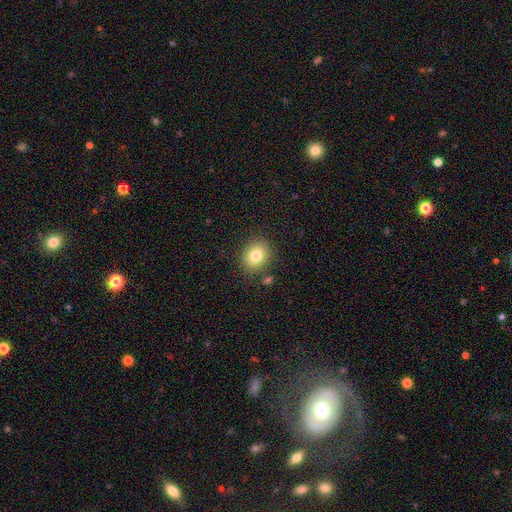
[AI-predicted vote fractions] This appears to be a smooth galaxy with no disk features (80%) that is round (59%). Merging: none (84%).